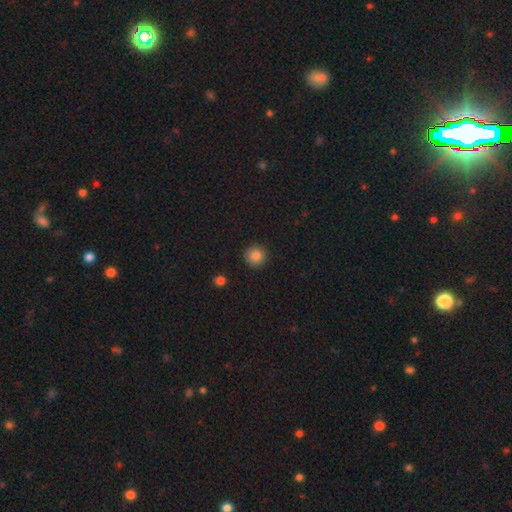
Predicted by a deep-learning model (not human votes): A smooth galaxy with no disk features (86%) that is round (95%).

Vote fractions:
- Smooth or featured? smooth: 86% / star or artifact: 10% / featured or disk: 4%
- How rounded? round: 95% / in between: 4% / cigar-shaped: 1%
- Merging? none: 91% / minor disturbance: 6% / major disturbance: 2% / merger: 1%